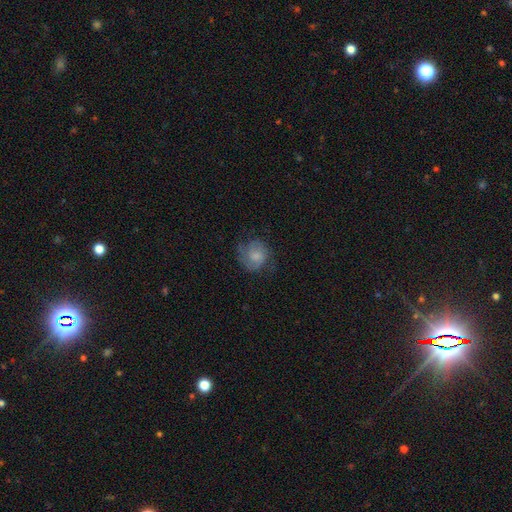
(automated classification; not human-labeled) smooth_or_featured: smooth (p=0.46) [tied with: featured or disk p=0.46]
merging: none (p=0.60) [alt: minor disturbance p=0.23]